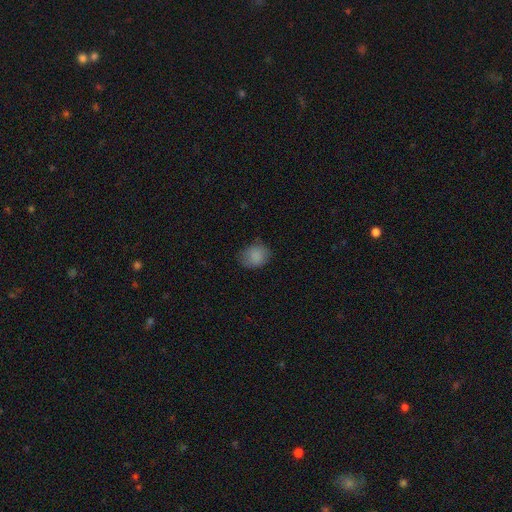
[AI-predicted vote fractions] Q: Smooth or featured?
A: smooth (85%); runner-up: star or artifact (9%)
Q: How rounded?
A: round (59%); runner-up: in between (40%)
Q: Merging?
A: none (70%); runner-up: minor disturbance (22%)